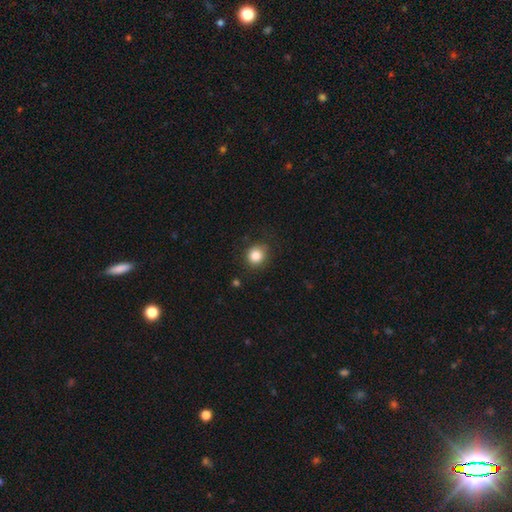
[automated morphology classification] smooth_or_featured: smooth (p=0.85) [alt: star or artifact p=0.10]
how_rounded: round (p=0.88) [alt: in between p=0.11]
merging: none (p=0.83) [alt: minor disturbance p=0.12]